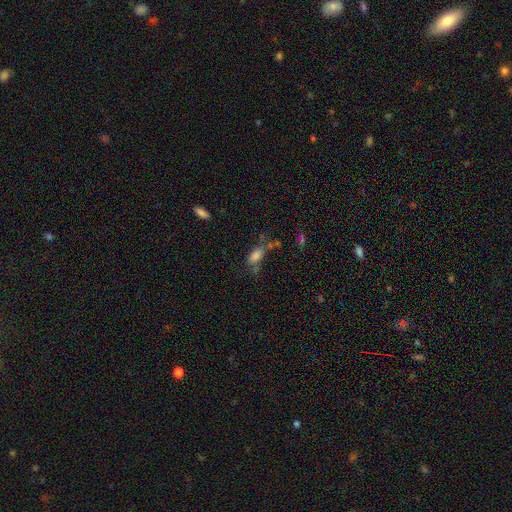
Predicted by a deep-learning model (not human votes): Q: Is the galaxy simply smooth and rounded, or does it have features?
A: smooth — 73%.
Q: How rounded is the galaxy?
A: in between — 80%.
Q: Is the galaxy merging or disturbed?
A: none — 42%.